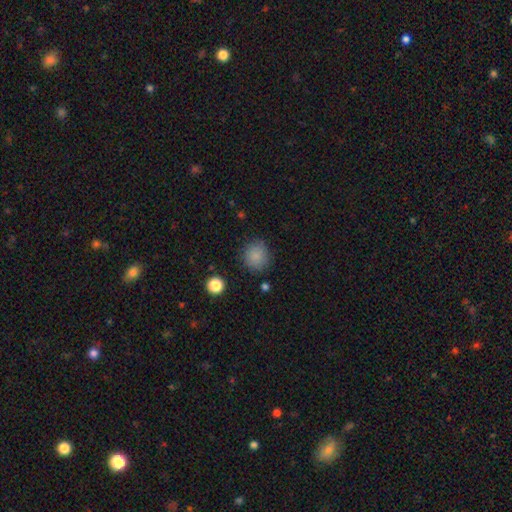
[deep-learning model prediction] Smooth or featured? Predicted: smooth (p=0.85). How rounded? Predicted: round (p=0.87). Merging? Predicted: none (p=0.82).